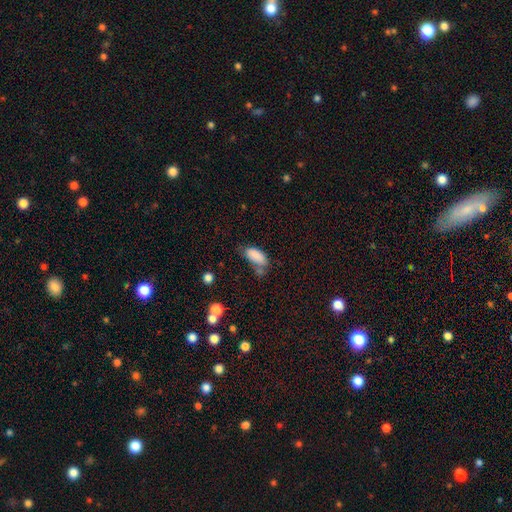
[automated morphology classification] Smooth or featured: smooth — 84% (star or artifact — 8%)
How rounded: in between — 86% (cigar-shaped — 11%)
Merging: none — 45% (minor disturbance — 29%)